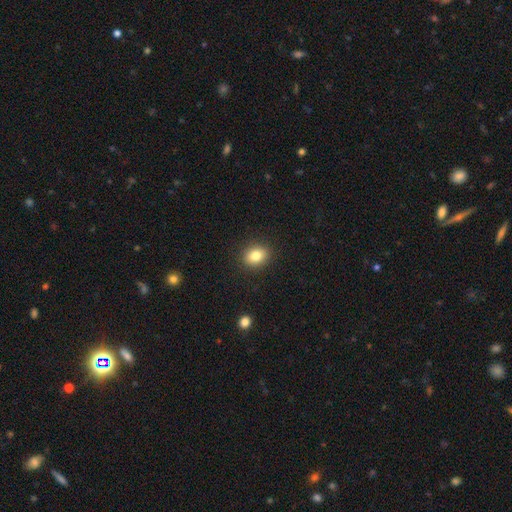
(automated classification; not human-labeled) Q: Smooth or featured?
A: smooth (82%); runner-up: star or artifact (10%)
Q: How rounded?
A: in between (50%); runner-up: round (49%)
Q: Merging?
A: none (90%); runner-up: minor disturbance (7%)